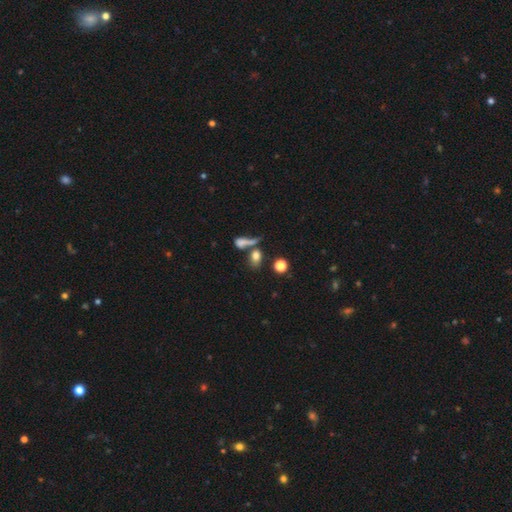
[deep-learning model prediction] Smooth or featured? Predicted: smooth (p=0.75). How rounded? Predicted: in between (p=0.60). Merging? Predicted: none (p=0.42).